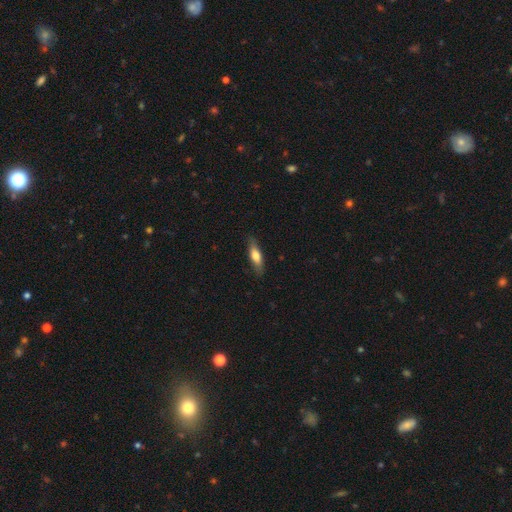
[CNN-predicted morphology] A smooth galaxy with no disk features (66%) that is cigar-shaped (57%).

Vote fractions:
- Smooth or featured? smooth: 66% / featured or disk: 27% / star or artifact: 6%
- How rounded? cigar-shaped: 57% / in between: 41% / round: 2%
- Merging? none: 82% / minor disturbance: 14% / major disturbance: 3% / merger: 1%